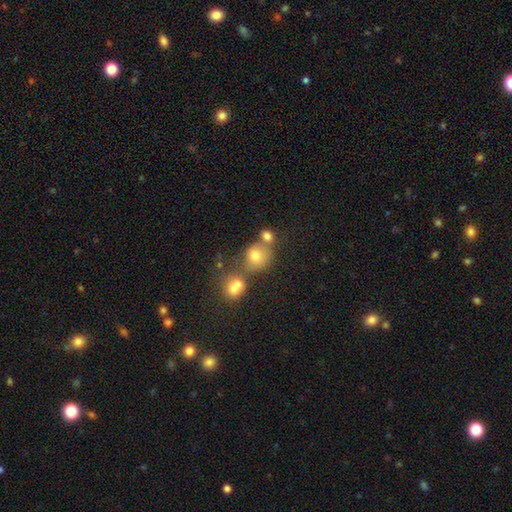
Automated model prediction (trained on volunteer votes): A smooth galaxy with no disk features (74%) that is round (76%).

Vote fractions:
- Smooth or featured? smooth: 74% / star or artifact: 14% / featured or disk: 12%
- How rounded? round: 76% / in between: 22% / cigar-shaped: 1%
- Merging? none: 49% / merger: 34% / minor disturbance: 12% / major disturbance: 6%